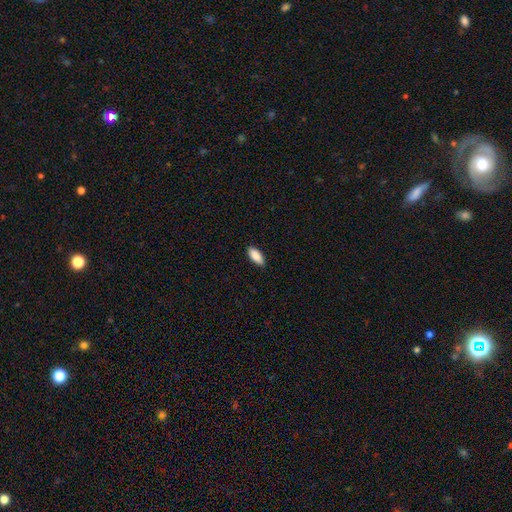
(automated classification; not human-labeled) This appears to be a smooth galaxy with no disk features (89%) that is in between round and cigar-shaped (84%). Merging: none (87%).